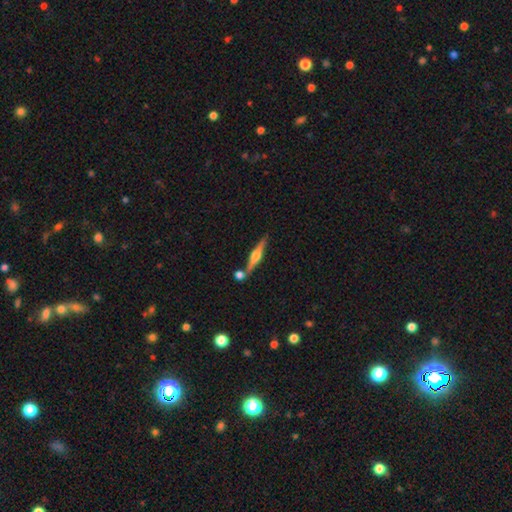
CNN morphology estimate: type=featured or disk (75%); edge-on=yes (97%); edge-on bulge=rounded (92%); merging=none (73%).